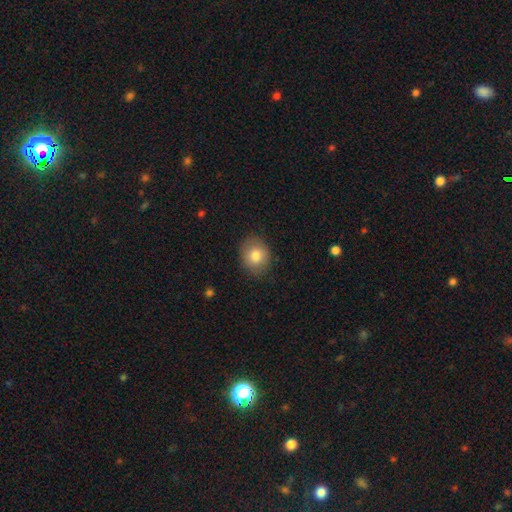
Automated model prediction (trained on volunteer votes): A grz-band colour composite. It shows a smooth galaxy with no disk features (81%) that is round (60%). Merging: none (84%).